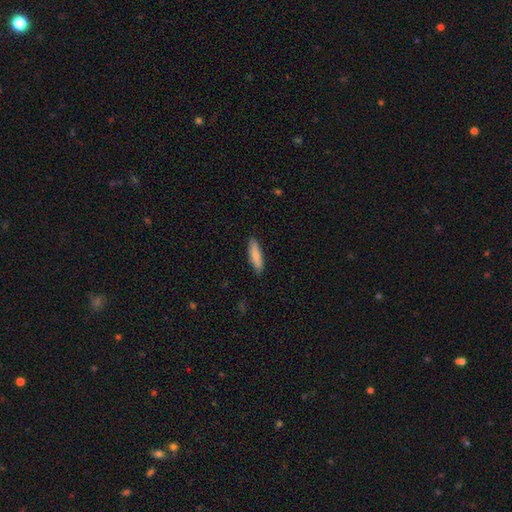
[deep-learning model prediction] Q: Smooth or featured?
A: smooth (83%); runner-up: featured or disk (11%)
Q: How rounded?
A: cigar-shaped (66%); runner-up: in between (32%)
Q: Merging?
A: none (87%); runner-up: minor disturbance (10%)